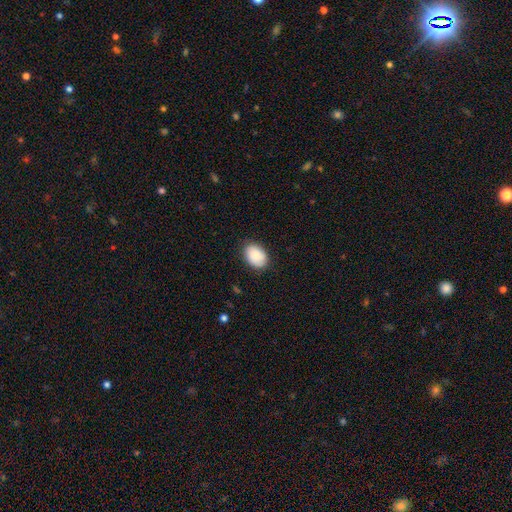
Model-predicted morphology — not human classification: The model was most divided on "how rounded": in between: 80%, round: 19%, cigar-shaped: 1%. More confident: smooth or featured — smooth (87%); merging — none (82%).